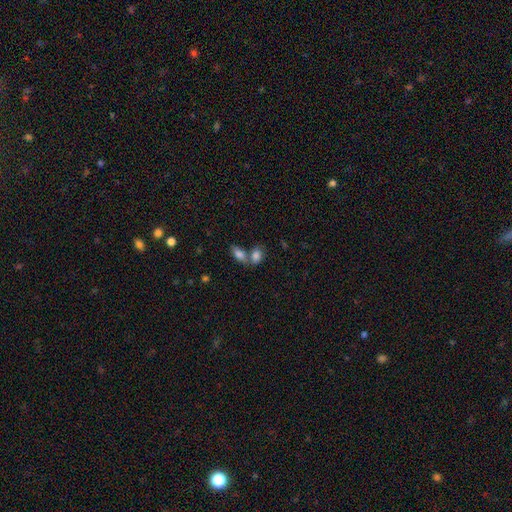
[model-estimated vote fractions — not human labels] smooth-or-featured: smooth: 83% | featured or disk: 9% | star or artifact: 8%
  how-rounded: in between: 83% | round: 14% | cigar-shaped: 3%
  merging: merger: 51% | none: 37% | minor disturbance: 9% | major disturbance: 3%